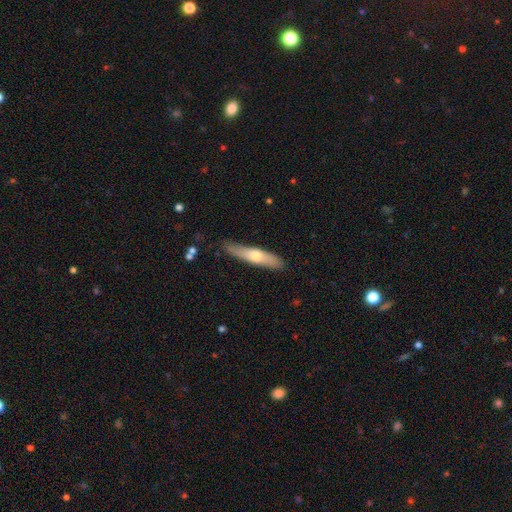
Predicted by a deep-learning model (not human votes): Smooth or featured?
  - smooth: 56% *
  - featured or disk: 39%
  - star or artifact: 5%
How rounded?
  - cigar-shaped: 82% *
  - in between: 16%
  - round: 2%
Merging?
  - none: 80% *
  - minor disturbance: 16%
  - major disturbance: 3%
  - merger: 2%